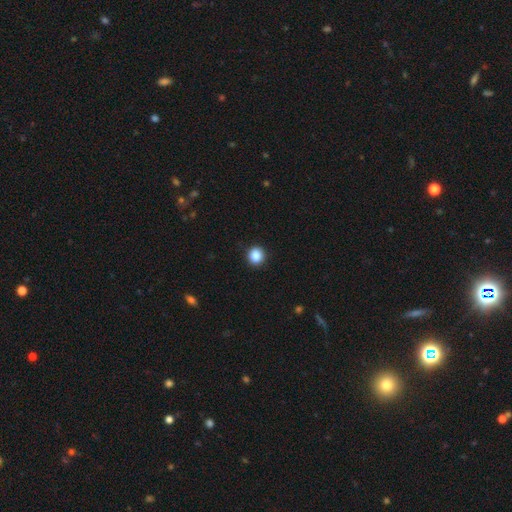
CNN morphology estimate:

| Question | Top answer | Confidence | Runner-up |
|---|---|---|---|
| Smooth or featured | smooth | 86% | star or artifact (10%) |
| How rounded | round | 87% | in between (12%) |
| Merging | none | 92% | minor disturbance (5%) |